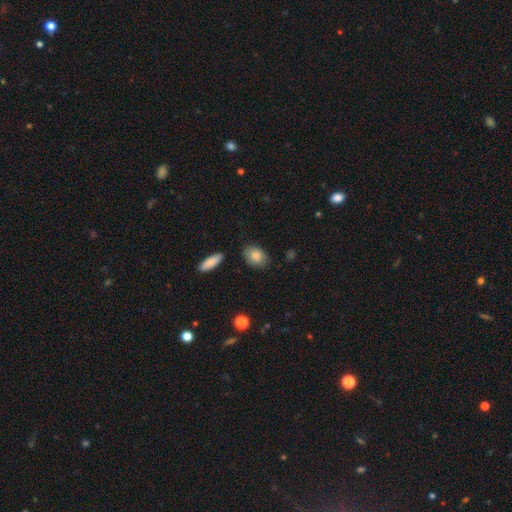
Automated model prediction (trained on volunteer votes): Smooth or featured? Predicted: smooth (p=0.84). How rounded? Predicted: in between (p=0.80). Merging? Predicted: none (p=0.79).